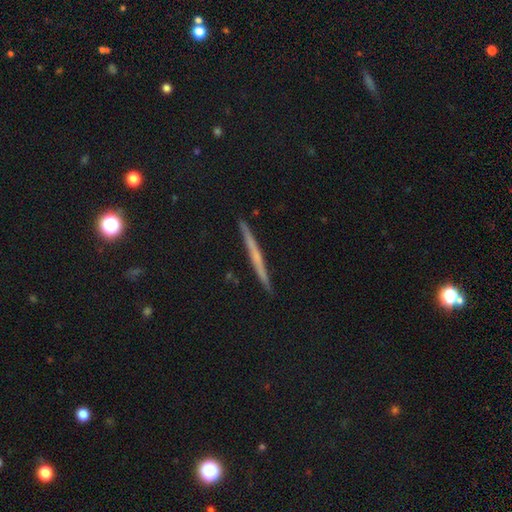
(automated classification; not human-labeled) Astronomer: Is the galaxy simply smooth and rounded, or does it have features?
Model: featured or disk — 57% (runner-up: smooth, 35%).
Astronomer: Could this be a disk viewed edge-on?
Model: yes — 98%.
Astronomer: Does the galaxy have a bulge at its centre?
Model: none — 76%.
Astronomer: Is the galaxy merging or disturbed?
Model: none — 92%.